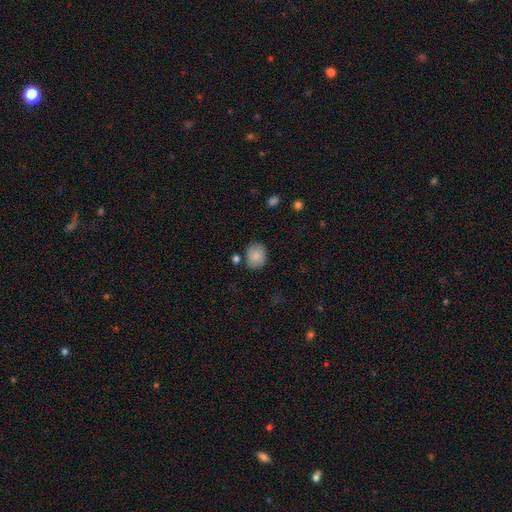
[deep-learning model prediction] Q: Smooth or featured?
A: smooth (86%); runner-up: star or artifact (7%)
Q: How rounded?
A: round (59%); runner-up: in between (40%)
Q: Merging?
A: none (77%); runner-up: minor disturbance (14%)